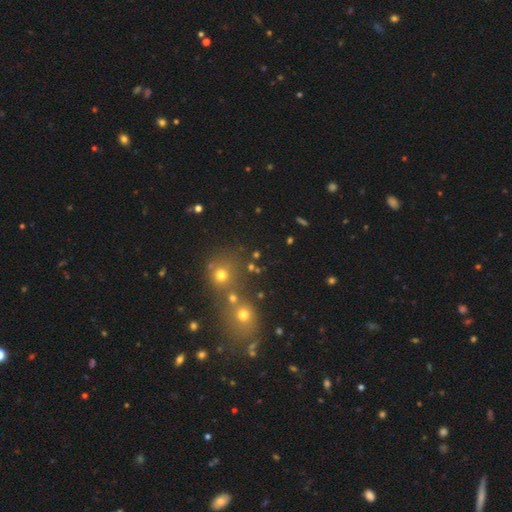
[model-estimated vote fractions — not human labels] This is possibly a smooth galaxy (50%). How rounded: likely round (78%). Merging: possibly none (50%).